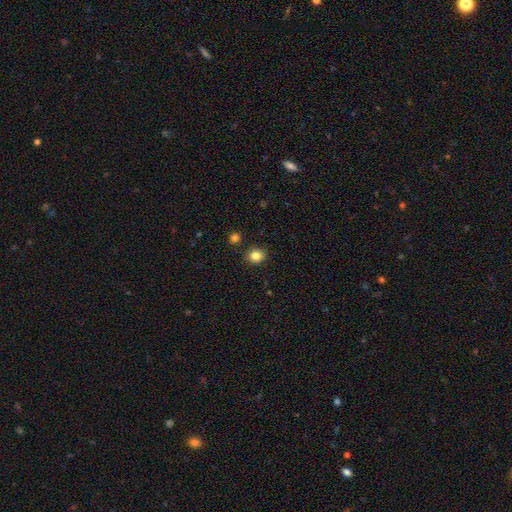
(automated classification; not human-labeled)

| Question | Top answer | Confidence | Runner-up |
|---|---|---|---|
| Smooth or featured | smooth | 84% | star or artifact (11%) |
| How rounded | round | 74% | in between (26%) |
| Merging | none | 87% | minor disturbance (8%) |